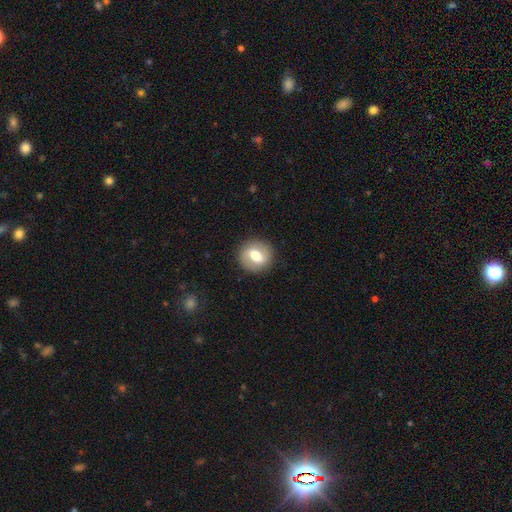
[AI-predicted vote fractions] Smooth or featured? smooth (55%)
How rounded? round (80%)
Merging? none (87%)